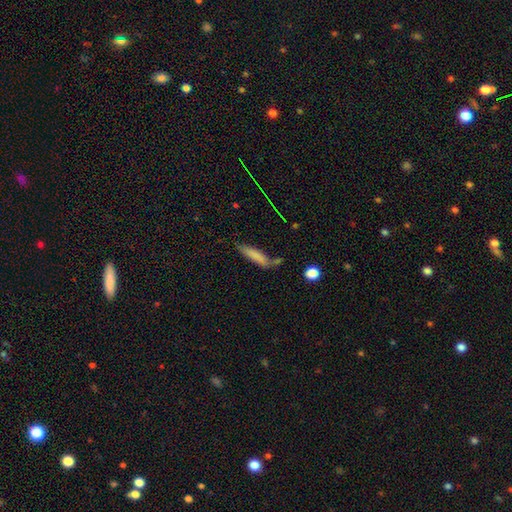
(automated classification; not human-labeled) Smooth or featured? smooth (78%)
How rounded? cigar-shaped (74%)
Merging? none (57%)